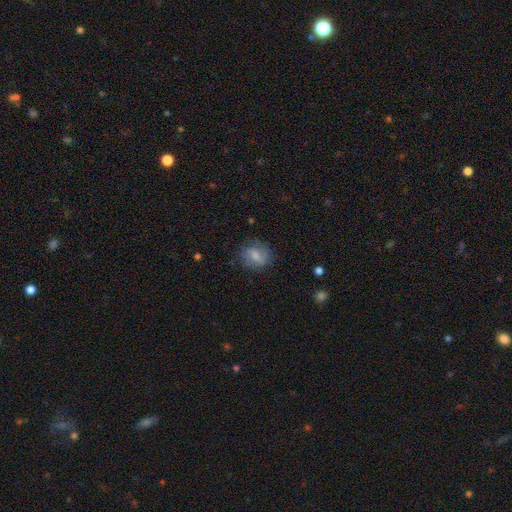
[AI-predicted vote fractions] Smooth or featured? Predicted: smooth (p=0.65). How rounded? Predicted: round (p=0.57). Merging? Predicted: none (p=0.71).